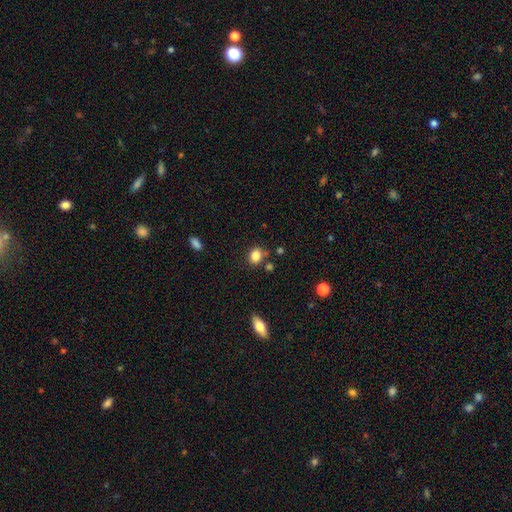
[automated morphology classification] A smooth galaxy with no disk features (84%) that is round (55%). Merging: none (75%).